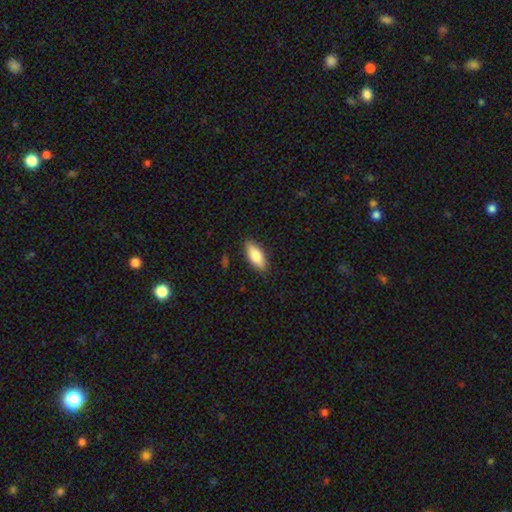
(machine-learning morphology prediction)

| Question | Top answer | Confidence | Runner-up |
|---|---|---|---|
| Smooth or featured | smooth | 80% | featured or disk (14%) |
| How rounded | in between | 79% | cigar-shaped (19%) |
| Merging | none | 87% | minor disturbance (10%) |